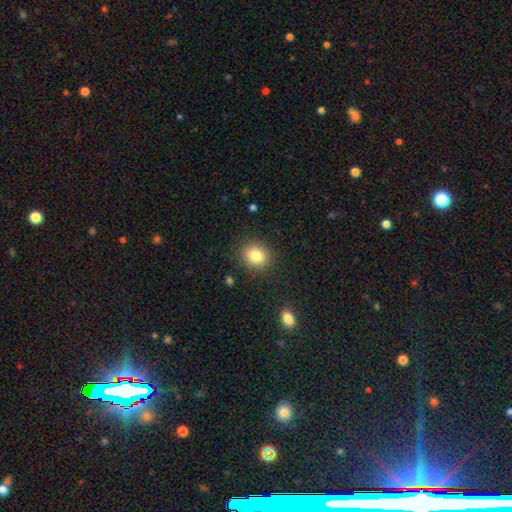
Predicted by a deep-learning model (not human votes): The model was most divided on "how rounded": round: 77%, in between: 22%, cigar-shaped: 1%. More confident: merging — none (88%); smooth or featured — smooth (82%).